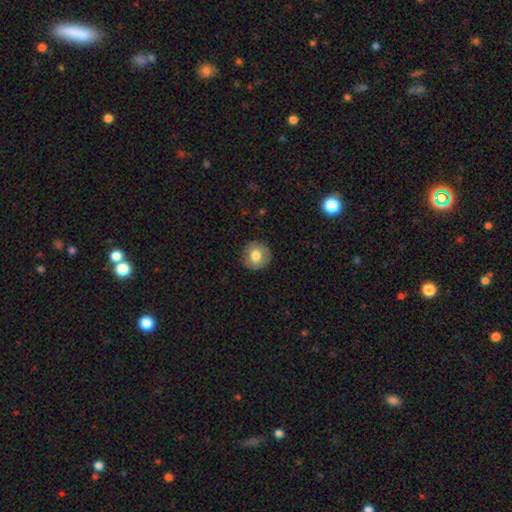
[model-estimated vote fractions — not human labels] smooth-or-featured: smooth: 76% | featured or disk: 15% | star or artifact: 8%
  how-rounded: round: 93% | in between: 6% | cigar-shaped: 1%
  merging: none: 89% | minor disturbance: 8% | major disturbance: 2% | merger: 1%